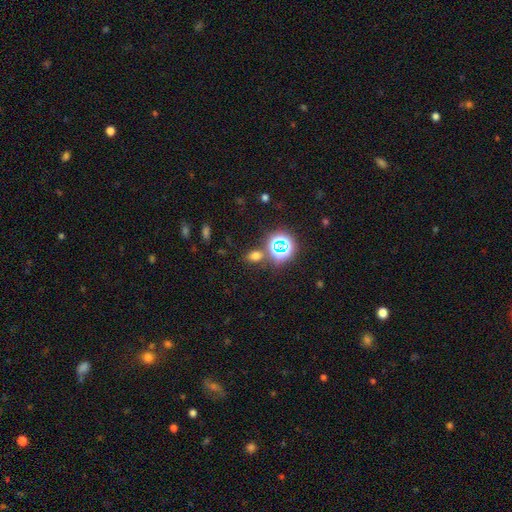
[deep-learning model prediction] smooth 60%, star or artifact 32%, featured or disk 7%. Down the decision tree: how rounded — in between (66%); merging — none (78%).